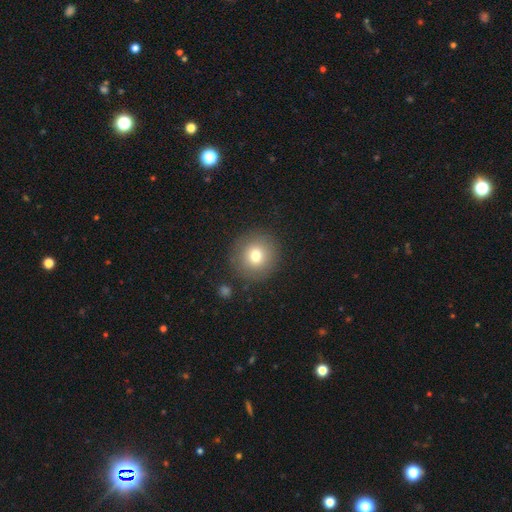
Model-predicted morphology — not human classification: The model was most divided on "smooth or featured": smooth: 76%, featured or disk: 13%, star or artifact: 11%. More confident: how rounded — round (94%); merging — none (88%).